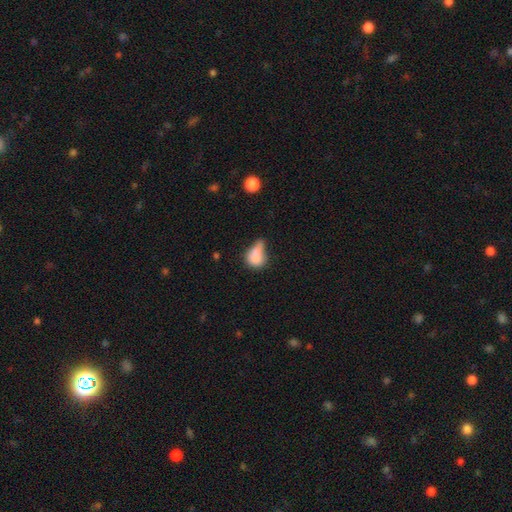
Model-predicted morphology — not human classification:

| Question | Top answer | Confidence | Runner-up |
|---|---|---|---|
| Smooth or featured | smooth | 75% | featured or disk (15%) |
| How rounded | in between | 65% | round (32%) |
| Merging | minor disturbance | 28% | merger (27%) |